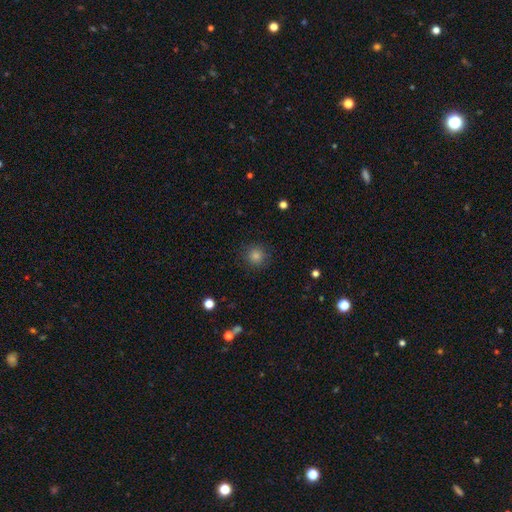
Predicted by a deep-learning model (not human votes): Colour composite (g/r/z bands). It shows a smooth galaxy with no disk features (75%) that is round (94%). Merging: none (88%).